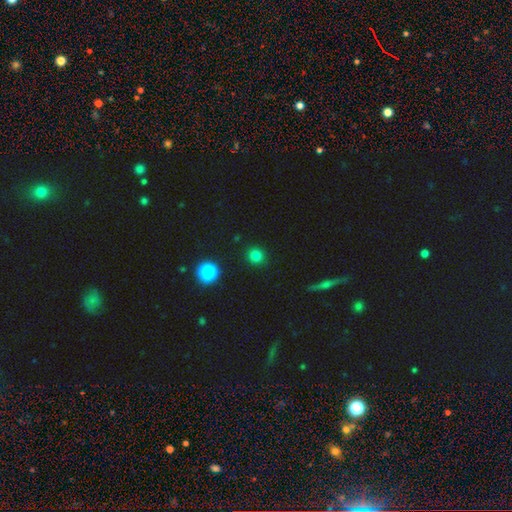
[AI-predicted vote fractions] The model was most divided on "smooth or featured": smooth: 79%, star or artifact: 16%, featured or disk: 5%. More confident: how rounded — round (92%); merging — none (91%).